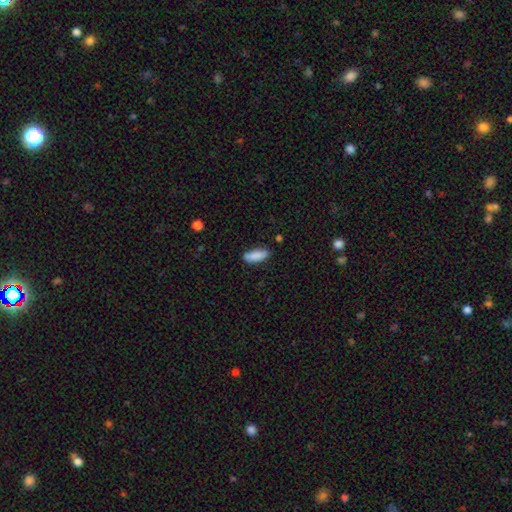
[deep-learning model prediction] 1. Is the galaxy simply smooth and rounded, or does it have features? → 86% smooth, 7% featured or disk, 6% star or artifact.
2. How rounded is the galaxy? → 68% in between, 30% cigar-shaped, 2% round.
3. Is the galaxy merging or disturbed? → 81% none, 14% minor disturbance, 3% major disturbance, 2% merger.